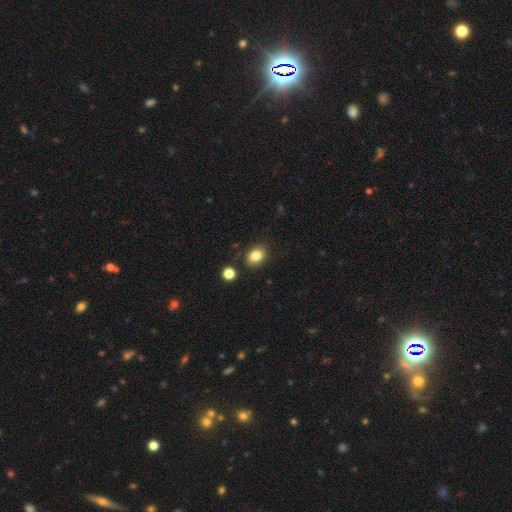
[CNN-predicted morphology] Overall: smooth (83%). How rounded: in between (61%; round 38%). Merging: none (81%).